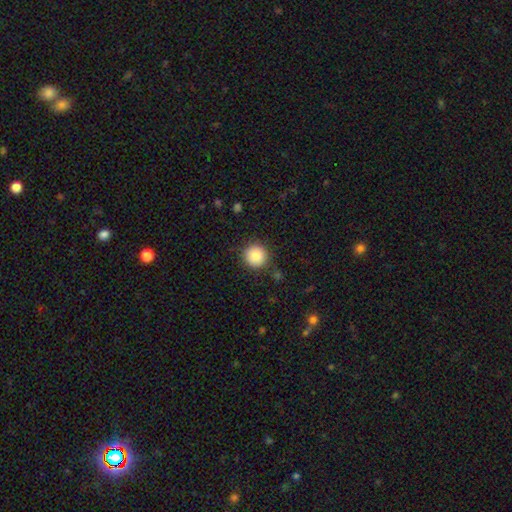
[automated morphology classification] smooth-or-featured: smooth: 85% | star or artifact: 9% | featured or disk: 6%
  how-rounded: round: 95% | in between: 4% | cigar-shaped: 1%
  merging: none: 89% | minor disturbance: 8% | major disturbance: 2% | merger: 1%